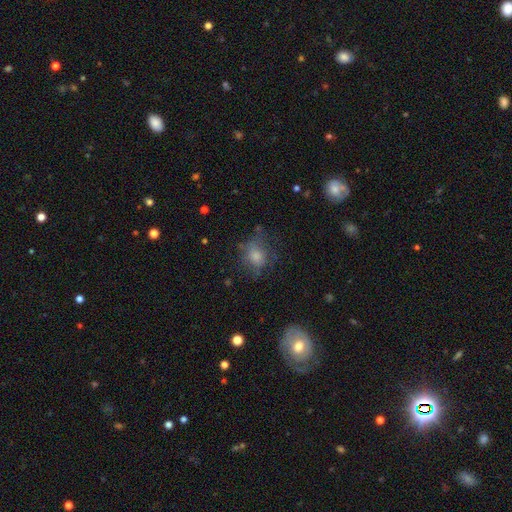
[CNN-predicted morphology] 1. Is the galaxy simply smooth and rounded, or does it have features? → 55% smooth, 26% featured or disk, 19% star or artifact.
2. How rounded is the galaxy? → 67% round, 32% in between, 2% cigar-shaped.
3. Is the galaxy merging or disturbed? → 62% none, 21% minor disturbance, 15% major disturbance, 3% merger.